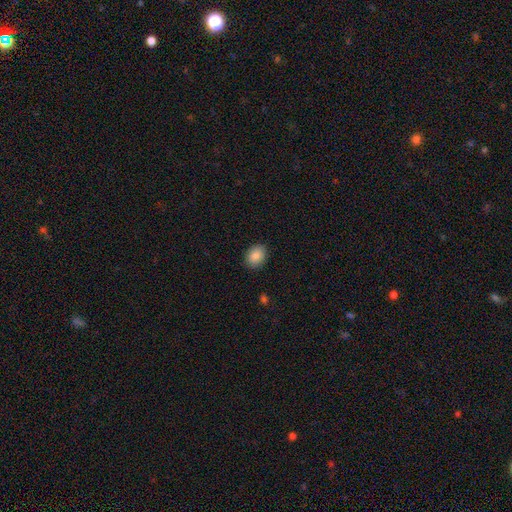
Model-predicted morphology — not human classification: This appears to be a smooth galaxy with no disk features (87%) that is in between round and cigar-shaped (60%). Merging: none (88%).